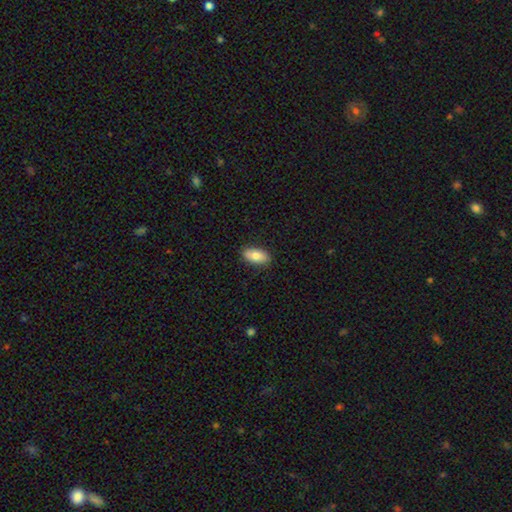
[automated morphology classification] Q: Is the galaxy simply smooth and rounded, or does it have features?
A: smooth — 79%.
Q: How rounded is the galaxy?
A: in between — 91%.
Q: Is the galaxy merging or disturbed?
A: none — 87%.